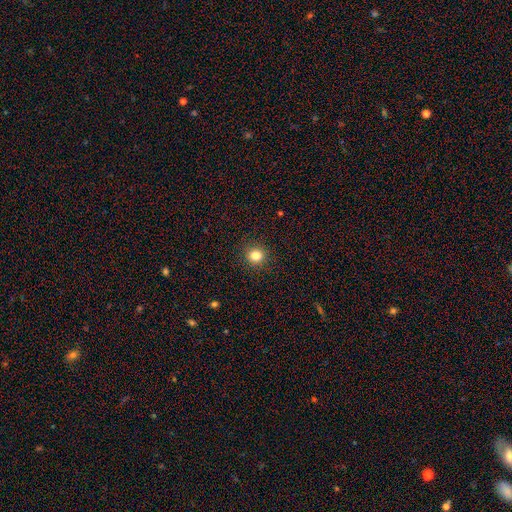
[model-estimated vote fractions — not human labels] Q: Smooth or featured?
A: smooth (82%); runner-up: star or artifact (12%)
Q: How rounded?
A: round (91%); runner-up: in between (8%)
Q: Merging?
A: none (92%); runner-up: minor disturbance (5%)